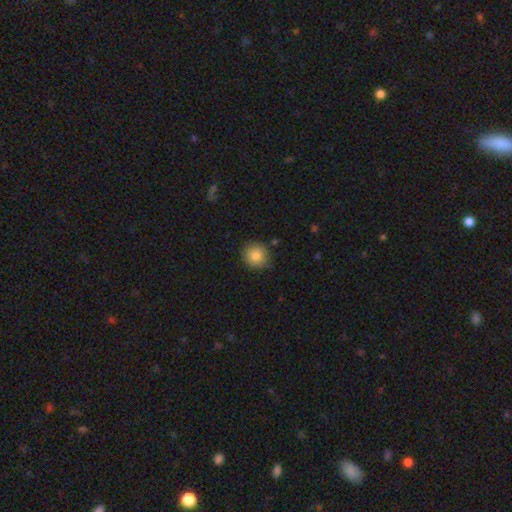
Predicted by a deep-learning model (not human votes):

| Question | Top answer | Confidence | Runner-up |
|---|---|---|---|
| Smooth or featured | smooth | 85% | star or artifact (9%) |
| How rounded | round | 90% | in between (9%) |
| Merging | none | 82% | minor disturbance (14%) |